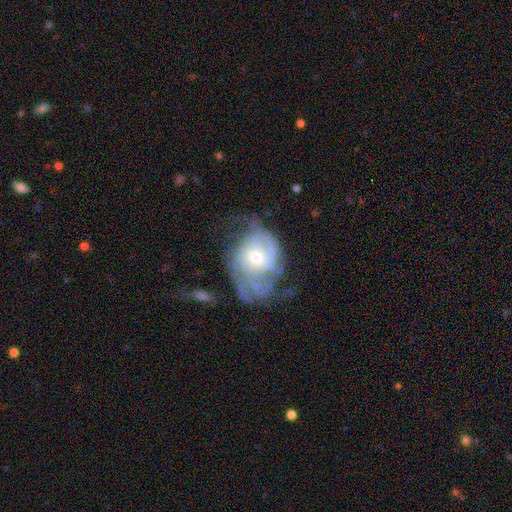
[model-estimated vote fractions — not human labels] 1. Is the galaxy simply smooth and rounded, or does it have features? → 85% featured or disk, 9% smooth, 6% star or artifact.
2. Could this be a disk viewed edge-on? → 97% no, 3% yes.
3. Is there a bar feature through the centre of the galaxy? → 59% no, 34% weak, 6% strong.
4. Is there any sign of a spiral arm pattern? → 94% yes, 6% no.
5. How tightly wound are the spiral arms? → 59% tight, 32% medium, 9% loose.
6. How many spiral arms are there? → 34% 2, 32% can't tell, 19% 3, 6% 4, 5% 1, 4% more than 4.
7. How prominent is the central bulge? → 53% moderate, 42% small, 3% large, 1% none, 1% dominant.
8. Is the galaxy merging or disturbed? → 47% none, 26% minor disturbance, 23% major disturbance, 4% merger.